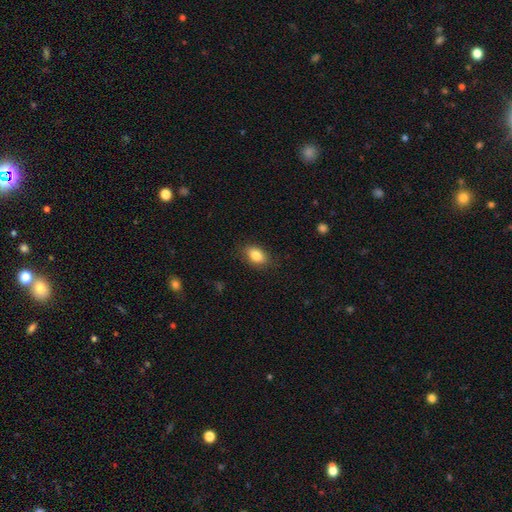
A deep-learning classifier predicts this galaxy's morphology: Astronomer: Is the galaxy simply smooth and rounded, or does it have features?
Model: smooth — 84%.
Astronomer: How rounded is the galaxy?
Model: in between — 85%.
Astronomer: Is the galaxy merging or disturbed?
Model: none — 85%.